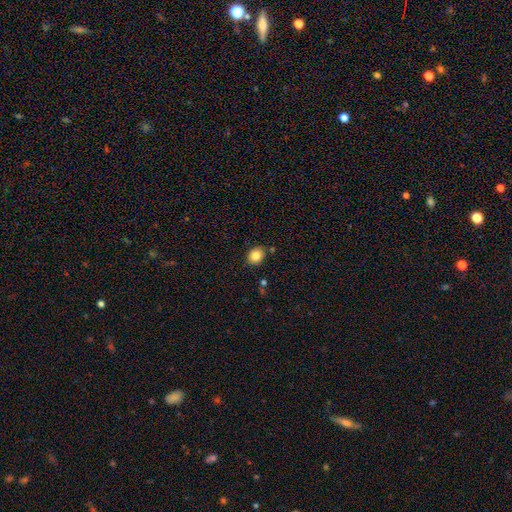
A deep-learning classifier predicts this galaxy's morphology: Smooth or featured?
  - smooth: 84% *
  - star or artifact: 10%
  - featured or disk: 6%
How rounded?
  - round: 60% *
  - in between: 39%
  - cigar-shaped: 1%
Merging?
  - none: 82% *
  - minor disturbance: 11%
  - merger: 4%
  - major disturbance: 3%